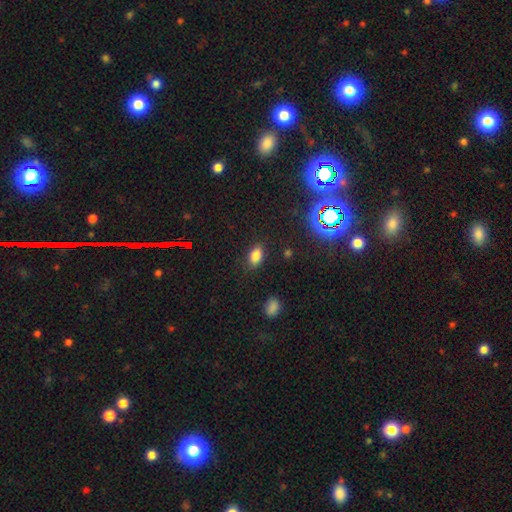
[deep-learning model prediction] Smooth or featured? smooth (80%)
How rounded? in between (88%)
Merging? none (84%)